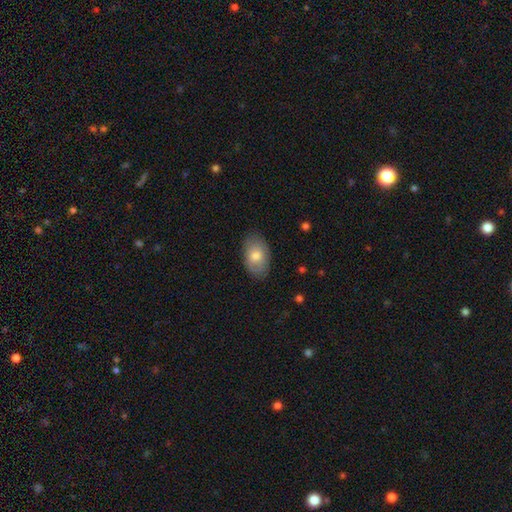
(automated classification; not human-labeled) Smooth or featured: smooth — 74% (featured or disk — 20%)
How rounded: in between — 91% (round — 8%)
Merging: none — 80% (minor disturbance — 16%)